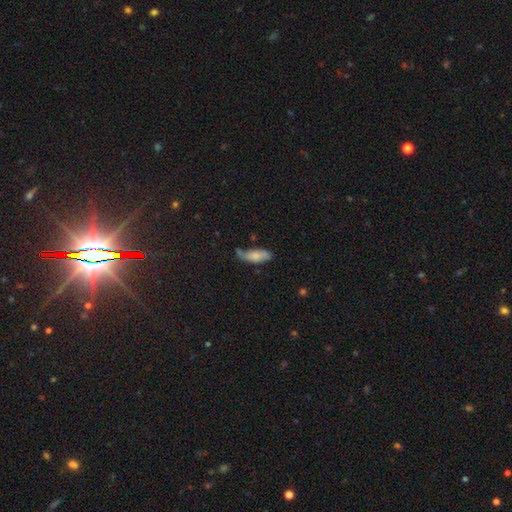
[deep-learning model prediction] A smooth galaxy with no disk features (67%) that is in between round and cigar-shaped (74%).

Vote fractions:
- Smooth or featured? smooth: 67% / featured or disk: 26% / star or artifact: 7%
- How rounded? in between: 74% / cigar-shaped: 23% / round: 2%
- Merging? none: 49% / minor disturbance: 34% / major disturbance: 11% / merger: 6%